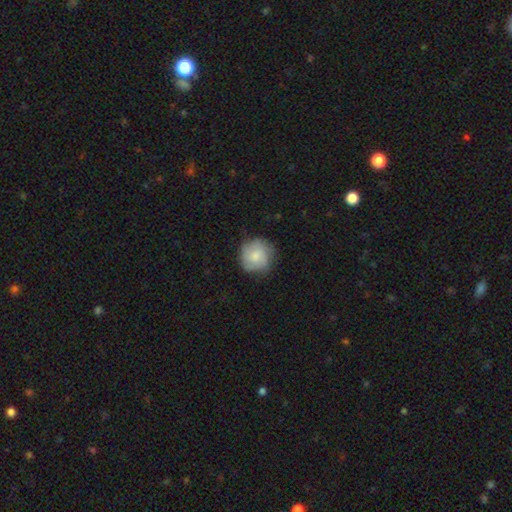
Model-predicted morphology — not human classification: This is likely a smooth galaxy (67%). How rounded: clearly round (91%). Merging: likely none (73%).